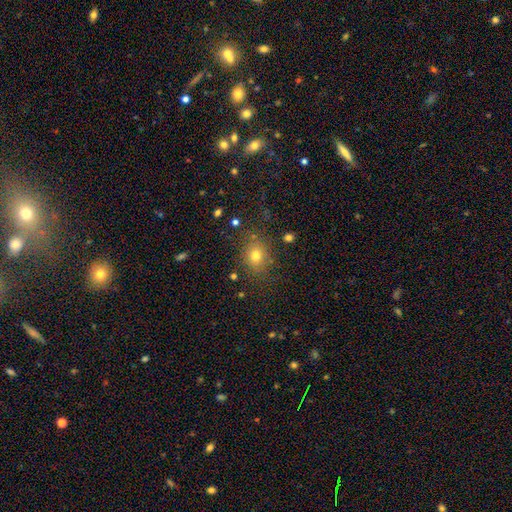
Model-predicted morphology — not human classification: A smooth galaxy with no disk features (75%) that is round (59%). Merging: none (80%).